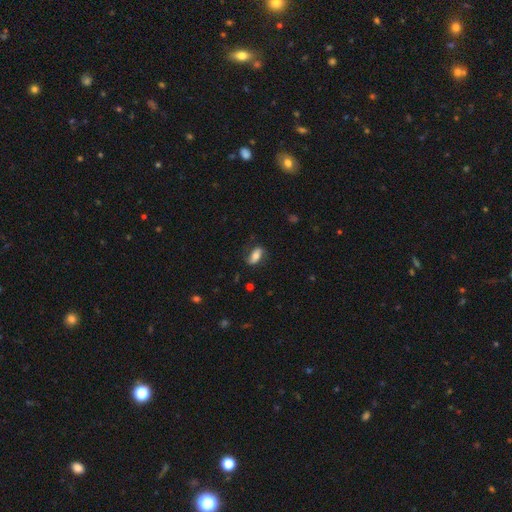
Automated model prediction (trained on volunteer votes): A smooth galaxy with no disk features (61%) that is in between round and cigar-shaped (84%).

Vote fractions:
- Smooth or featured? smooth: 61% / featured or disk: 31% / star or artifact: 8%
- How rounded? in between: 84% / cigar-shaped: 10% / round: 5%
- Merging? none: 70% / minor disturbance: 21% / major disturbance: 8% / merger: 1%